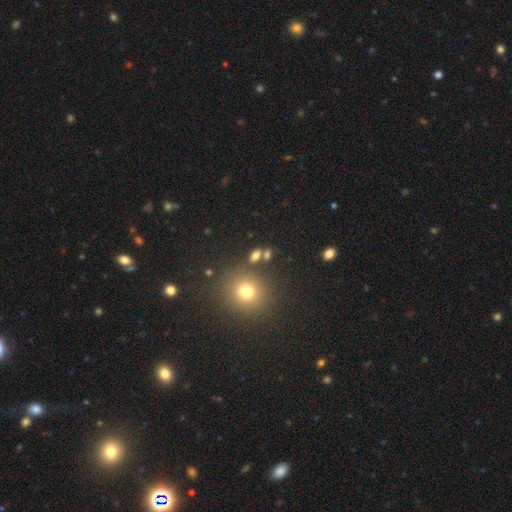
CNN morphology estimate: Overall: smooth (69%). How rounded: in between (66%; round 28%). Merging: none (69%).